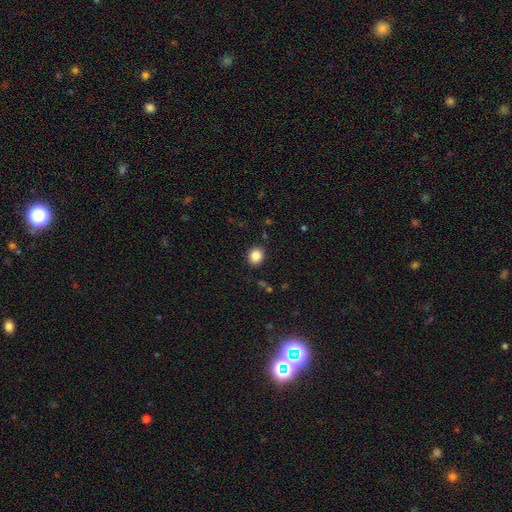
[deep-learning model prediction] Q: Smooth or featured?
A: smooth (85%); runner-up: star or artifact (10%)
Q: How rounded?
A: round (74%); runner-up: in between (25%)
Q: Merging?
A: none (90%); runner-up: minor disturbance (7%)